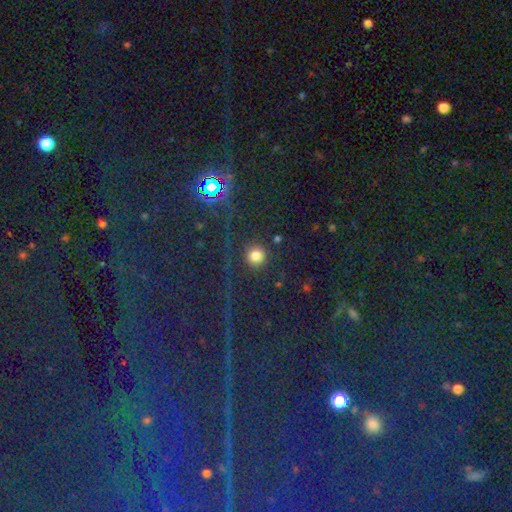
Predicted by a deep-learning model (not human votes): Smooth or featured: smooth — 73% (star or artifact — 21%)
How rounded: round — 93% (in between — 5%)
Merging: none — 87% (minor disturbance — 7%)